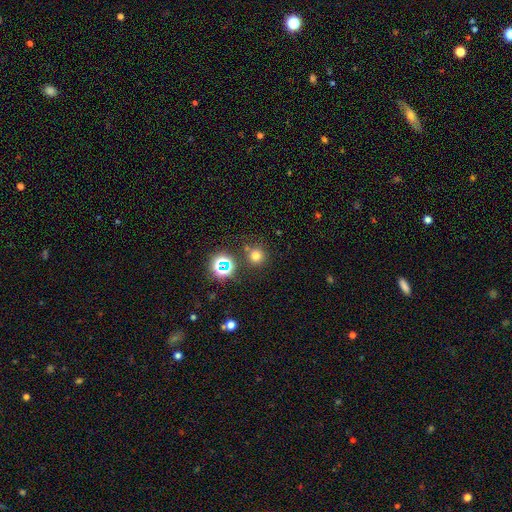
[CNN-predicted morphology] type=smooth (69%); roundness=round (94%); merging=none (81%).